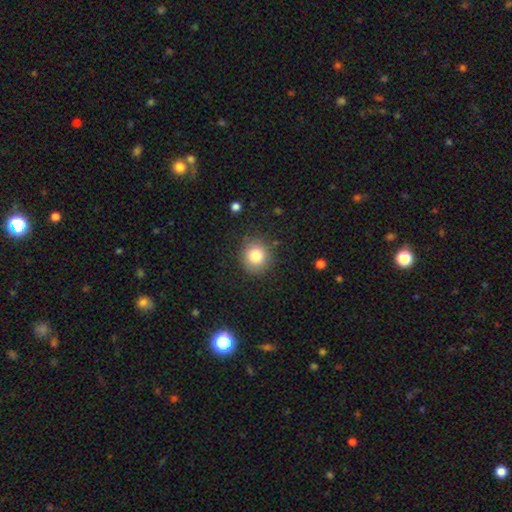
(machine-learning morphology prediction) smooth_or_featured: smooth (p=0.82) [alt: star or artifact p=0.10]
how_rounded: round (p=0.90) [alt: in between p=0.09]
merging: none (p=0.86) [alt: minor disturbance p=0.09]